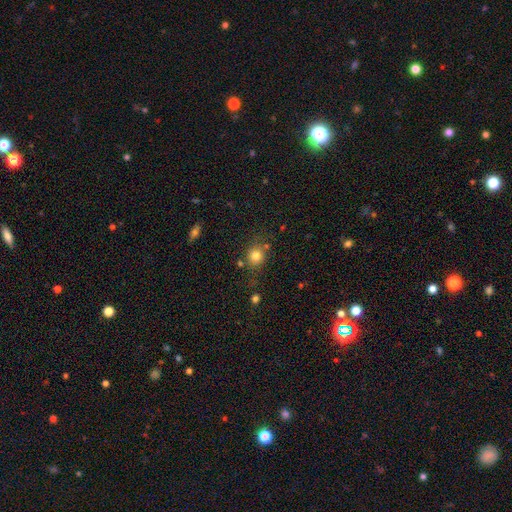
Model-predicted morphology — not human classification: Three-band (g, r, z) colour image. It shows a smooth galaxy with no disk features (79%) that is round (79%). Merging: none (73%).